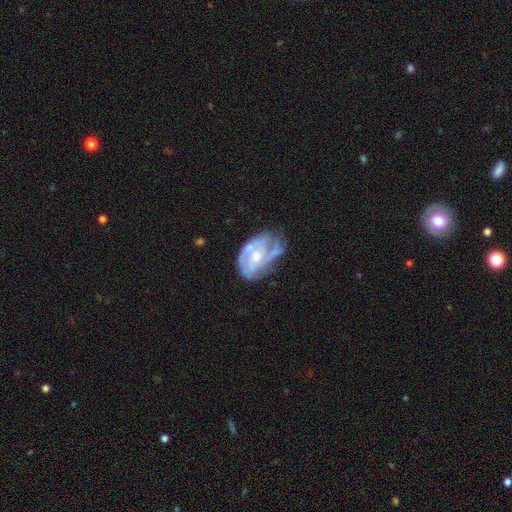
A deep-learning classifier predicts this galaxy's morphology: smooth-or-featured: featured or disk: 74% | smooth: 20% | star or artifact: 6%
  disk-edge-on: no: 97% | yes: 3%
    bar: no: 72% | weak: 24% | strong: 4%
    has-spiral-arms: yes: 71% | no: 29%
      spiral-winding: tight: 46% | medium: 37% | loose: 17%
      spiral-arm-count: can't tell: 41% | 2: 25% | 3: 18% | 1: 8% | 4: 5% | more than 4: 3%
    bulge-size: moderate: 56% | small: 35% | large: 4% | none: 4% | dominant: 1%
  merging: none: 40% | minor disturbance: 31% | major disturbance: 24% | merger: 5%